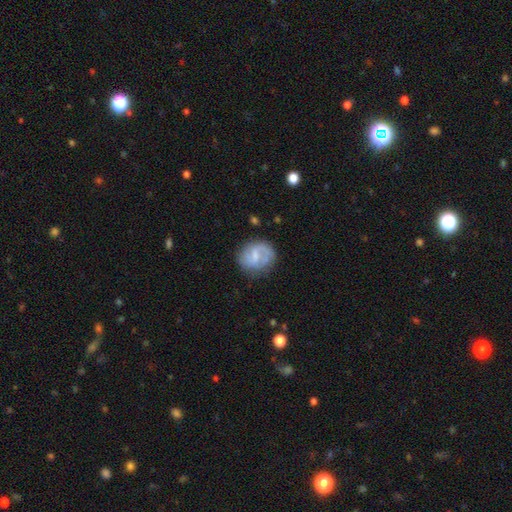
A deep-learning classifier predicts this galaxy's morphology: Smooth or featured: featured or disk — 56% (smooth — 37%)
Edge-on disk: no — 98% (yes — 2%)
Bar: weak — 57% (no — 28%)
Spiral arms: yes — 78% (no — 22%)
Bulge size: small — 47% (moderate — 28%)
Merging: none — 67% (minor disturbance — 21%)